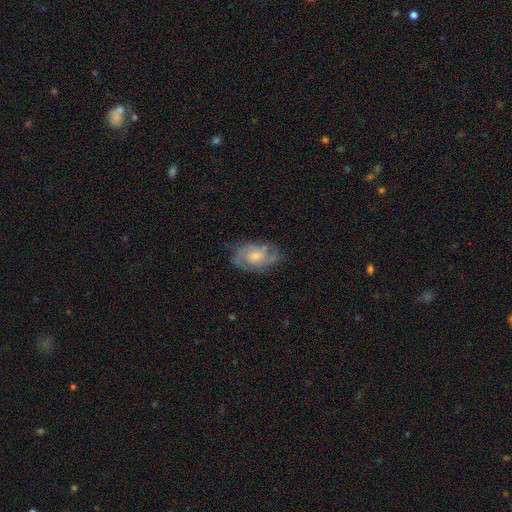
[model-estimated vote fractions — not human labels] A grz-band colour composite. It shows a featured or disk galaxy (71%) with no bar (66%), 2 (57%) medium (44%) spiral arms (88%) and a moderate central bulge (45%). Merging: none (68%).